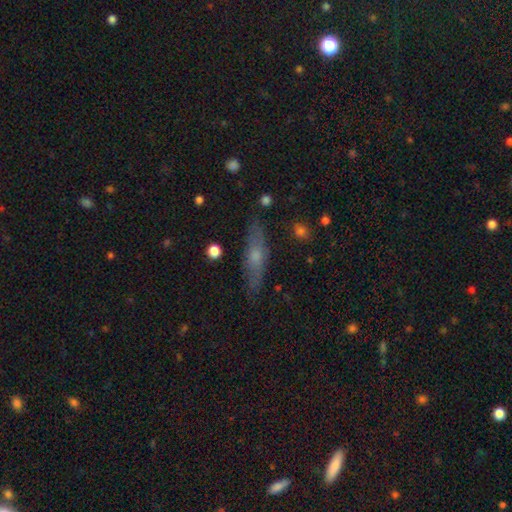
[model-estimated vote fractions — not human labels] The model was most divided on "smooth or featured": smooth: 49%, featured or disk: 42%, star or artifact: 9%. More confident: merging — none (82%).